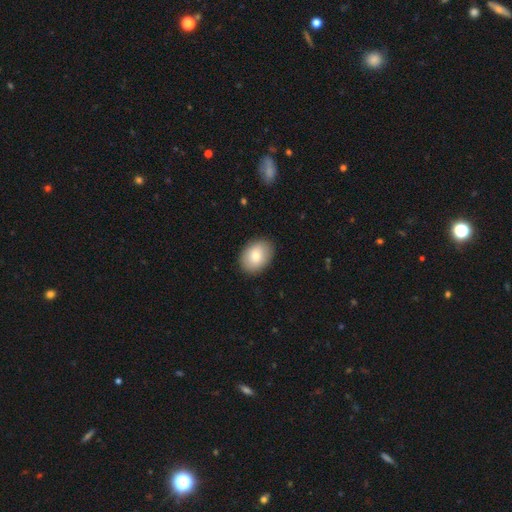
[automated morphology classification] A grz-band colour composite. It shows a smooth galaxy with no disk features (79%) that is in between round and cigar-shaped (73%). Merging: none (89%).